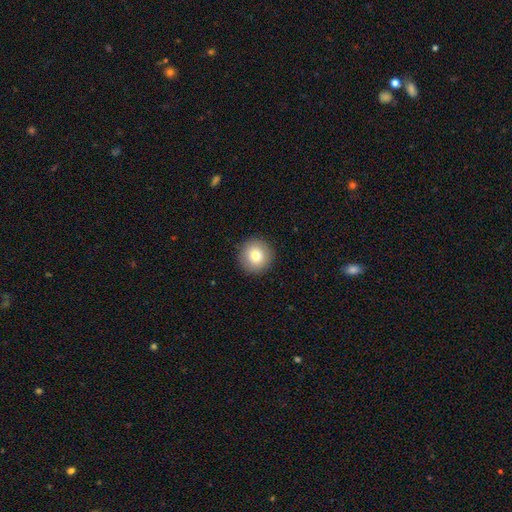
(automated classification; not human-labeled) Smooth or featured? Predicted: smooth (p=0.79). How rounded? Predicted: round (p=0.95). Merging? Predicted: none (p=0.92).